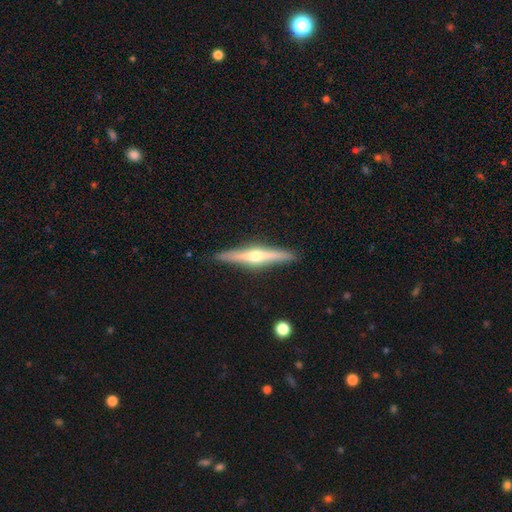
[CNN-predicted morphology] Overall: featured or disk (76%). Edge-on disk: yes (98%). Edge-on bulge: rounded (93%). Merging: none (90%).